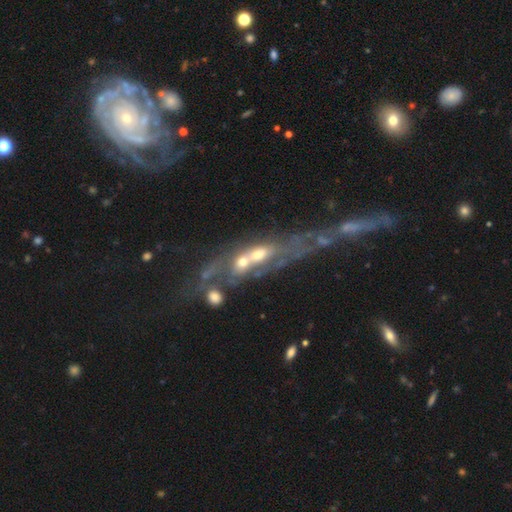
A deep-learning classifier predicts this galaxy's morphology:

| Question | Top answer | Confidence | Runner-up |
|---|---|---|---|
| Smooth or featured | featured or disk | 61% | smooth (25%) |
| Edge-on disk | no | 74% | yes (26%) |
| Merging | merger | 48% | major disturbance (21%) |